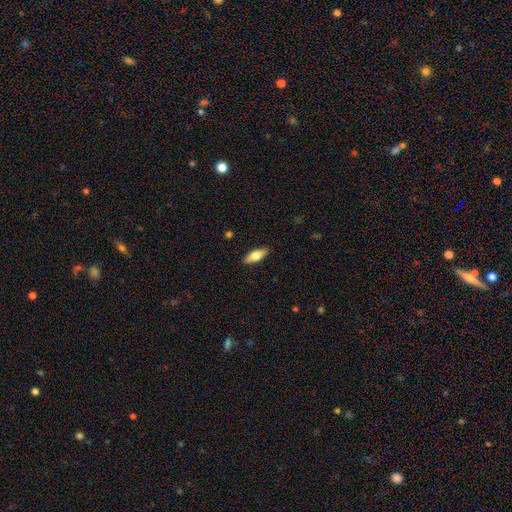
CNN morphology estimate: Overall: smooth (68%). How rounded: in between (73%). Merging: none (89%).